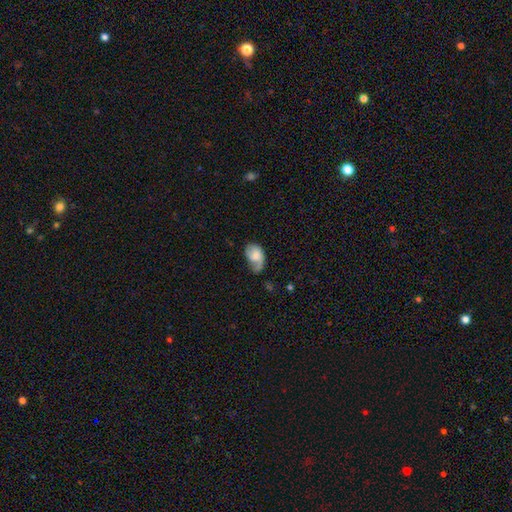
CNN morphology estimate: Smooth or featured?
  - smooth: 52% *
  - featured or disk: 41%
  - star or artifact: 7%
How rounded?
  - in between: 85% *
  - round: 14%
  - cigar-shaped: 1%
Merging?
  - minor disturbance: 36% *
  - none: 33%
  - major disturbance: 27%
  - merger: 4%